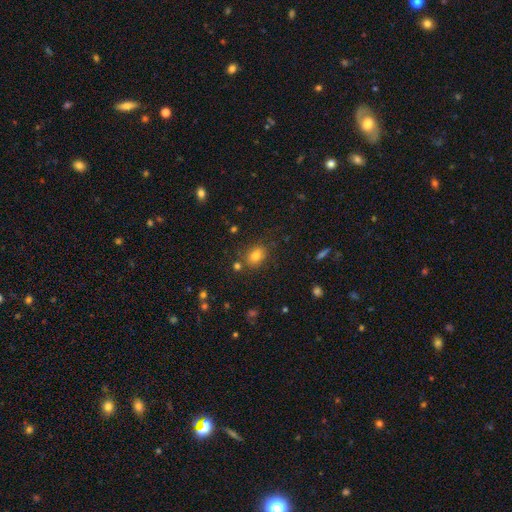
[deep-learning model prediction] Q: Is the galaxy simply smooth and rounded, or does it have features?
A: smooth — 78%.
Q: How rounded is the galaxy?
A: in between — 66%.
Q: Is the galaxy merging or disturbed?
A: none — 77%.